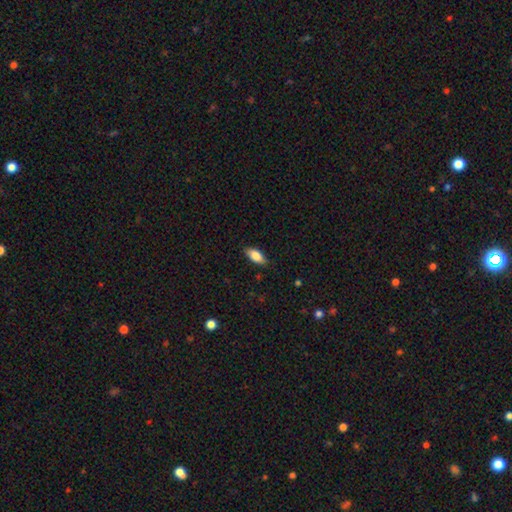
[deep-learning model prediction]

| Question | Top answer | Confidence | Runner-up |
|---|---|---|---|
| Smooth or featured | smooth | 84% | featured or disk (10%) |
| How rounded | in between | 87% | cigar-shaped (11%) |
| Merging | none | 84% | minor disturbance (13%) |